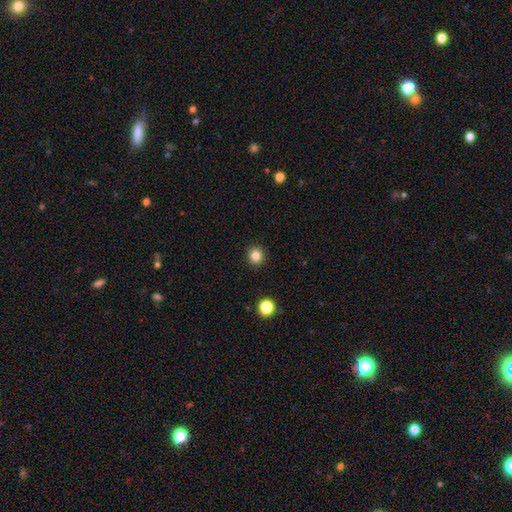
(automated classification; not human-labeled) A smooth galaxy with no disk features (83%) that is round (91%). Merging: none (93%).